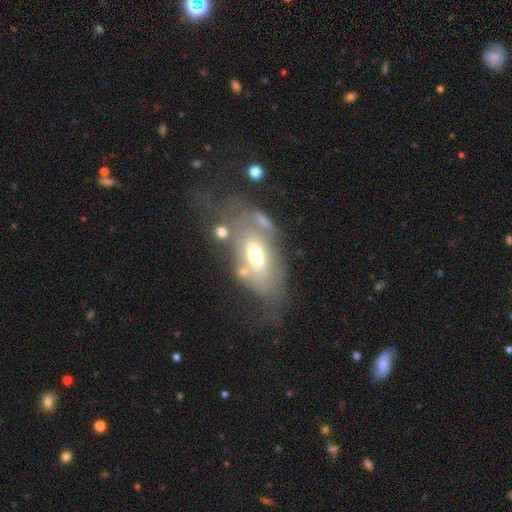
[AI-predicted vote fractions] Smooth or featured: featured or disk — 47% (smooth — 45%)
Merging: none — 35% (major disturbance — 29%)